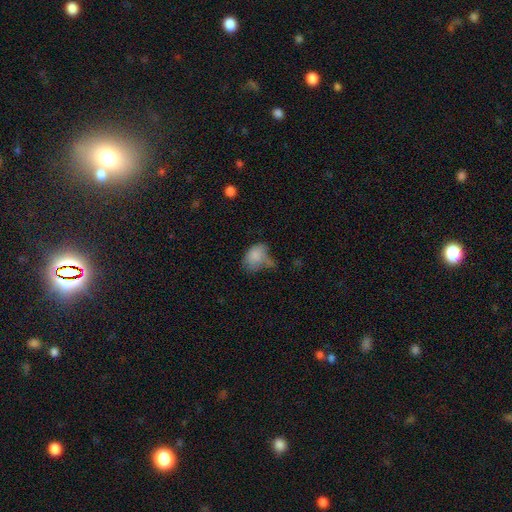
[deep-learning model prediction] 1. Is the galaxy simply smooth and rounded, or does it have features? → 80% smooth, 11% featured or disk, 9% star or artifact.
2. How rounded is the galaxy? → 75% in between, 24% round, 1% cigar-shaped.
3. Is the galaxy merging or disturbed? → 34% none, 30% minor disturbance, 20% major disturbance, 16% merger.